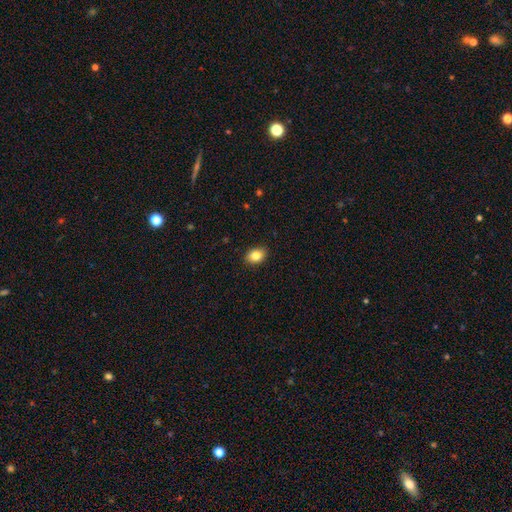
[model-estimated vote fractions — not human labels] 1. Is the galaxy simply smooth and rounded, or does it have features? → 84% smooth, 9% star or artifact, 7% featured or disk.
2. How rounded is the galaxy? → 71% in between, 28% round, 1% cigar-shaped.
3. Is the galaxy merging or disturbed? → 89% none, 8% minor disturbance, 2% major disturbance, 1% merger.